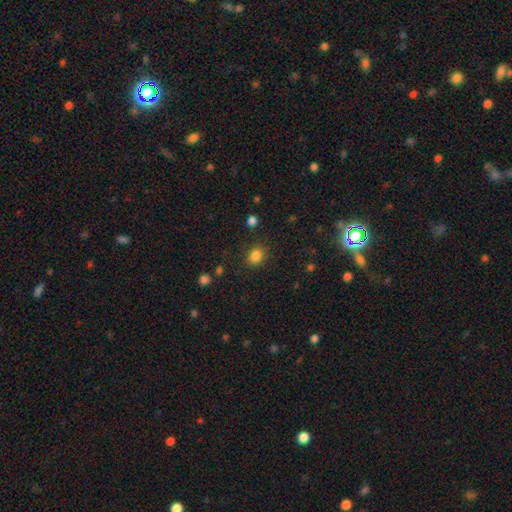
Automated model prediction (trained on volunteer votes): Morphology: type=smooth (84%); roundness=round (62%); merging=none (86%).